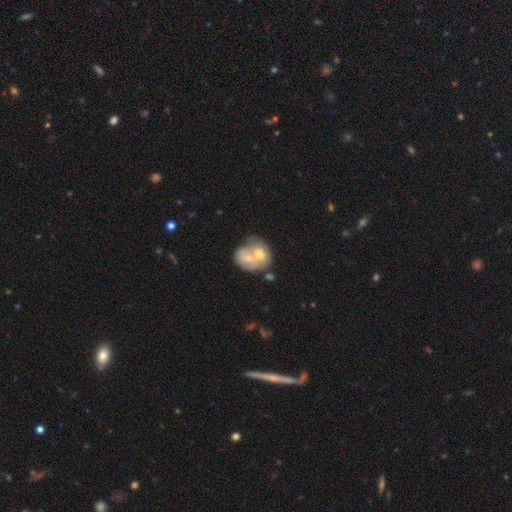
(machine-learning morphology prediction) Smooth or featured? Predicted: smooth (p=0.53). How rounded? Predicted: round (p=0.63). Merging? Predicted: merger (p=0.68).